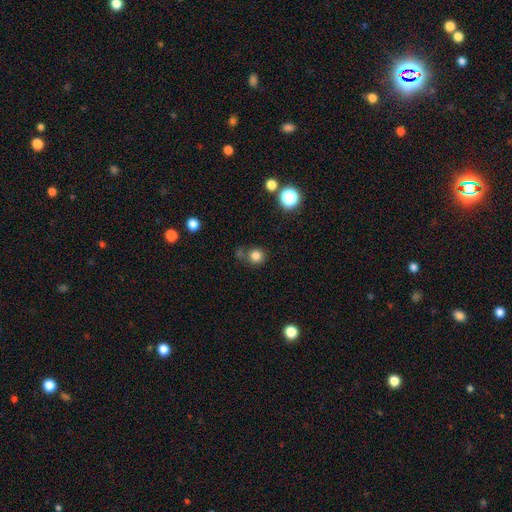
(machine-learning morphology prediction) Smooth or featured: smooth — 81% (star or artifact — 14%)
How rounded: round — 90% (in between — 9%)
Merging: none — 70% (minor disturbance — 13%)